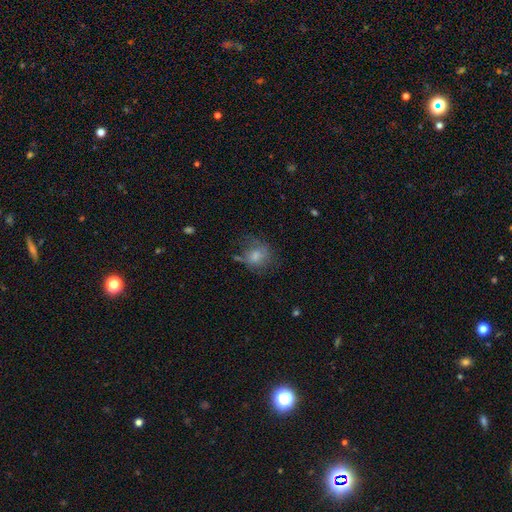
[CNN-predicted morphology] smooth_or_featured: smooth (p=0.55) [alt: featured or disk p=0.27]
how_rounded: round (p=0.68) [alt: in between p=0.31]
merging: none (p=0.55) [alt: minor disturbance p=0.24]